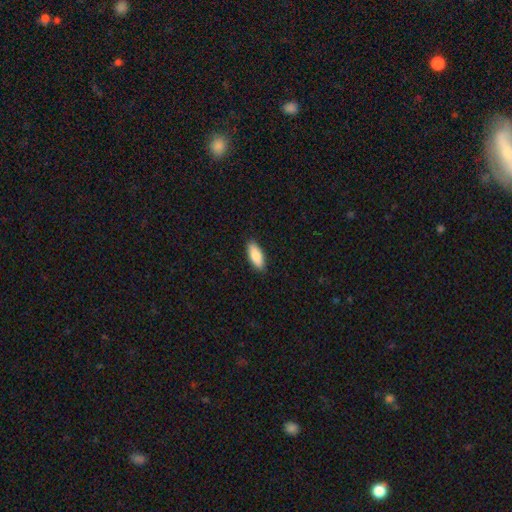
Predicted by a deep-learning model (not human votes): The model was most divided on "how rounded": in between: 78%, cigar-shaped: 20%, round: 2%. More confident: merging — none (89%); smooth or featured — smooth (85%).